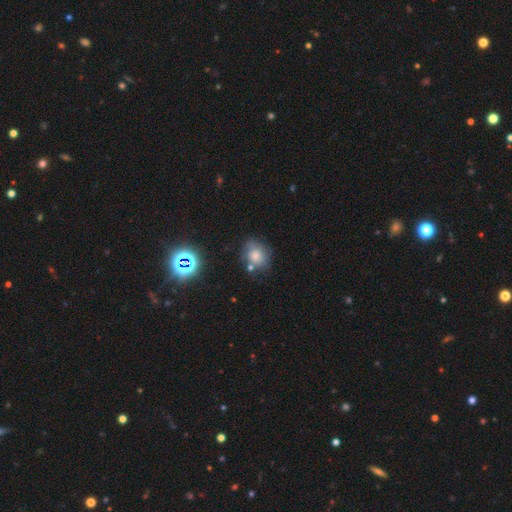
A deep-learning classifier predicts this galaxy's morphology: A smooth galaxy with no disk features (69%) that is round (58%).

Vote fractions:
- Smooth or featured? smooth: 69% / star or artifact: 16% / featured or disk: 15%
- How rounded? round: 58% / in between: 41% / cigar-shaped: 1%
- Merging? none: 62% / minor disturbance: 23% / merger: 8% / major disturbance: 7%